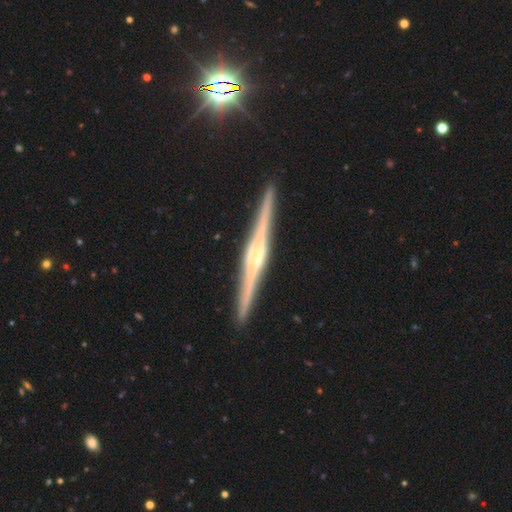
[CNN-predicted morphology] type=featured or disk (87%); edge-on=yes (99%); edge-on bulge=boxy (50%); merging=none (93%).